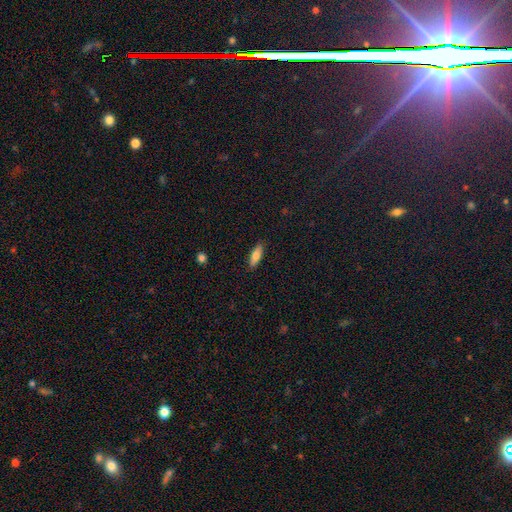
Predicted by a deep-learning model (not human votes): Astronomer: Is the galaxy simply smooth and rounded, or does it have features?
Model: smooth — 76%.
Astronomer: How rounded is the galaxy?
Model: in between — 54% (runner-up: cigar-shaped, 44%).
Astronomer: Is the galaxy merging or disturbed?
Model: none — 88%.